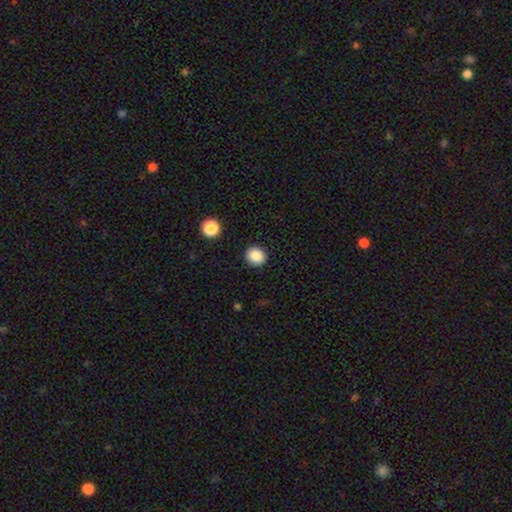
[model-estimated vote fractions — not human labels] Smooth or featured? smooth (87%)
How rounded? round (83%)
Merging? none (91%)